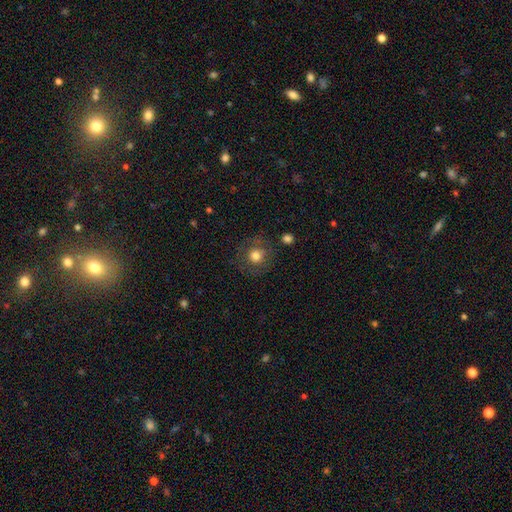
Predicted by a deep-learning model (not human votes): smooth-or-featured: smooth: 70% | featured or disk: 19% | star or artifact: 10%
  how-rounded: round: 91% | in between: 8% | cigar-shaped: 1%
  merging: none: 81% | minor disturbance: 11% | major disturbance: 6% | merger: 2%